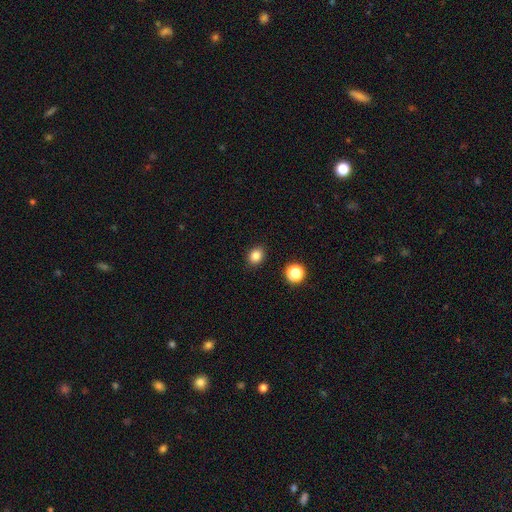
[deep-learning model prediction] smooth_or_featured: smooth (p=0.84) [alt: star or artifact p=0.12]
how_rounded: round (p=0.54) [alt: in between p=0.45]
merging: none (p=0.90) [alt: minor disturbance p=0.07]